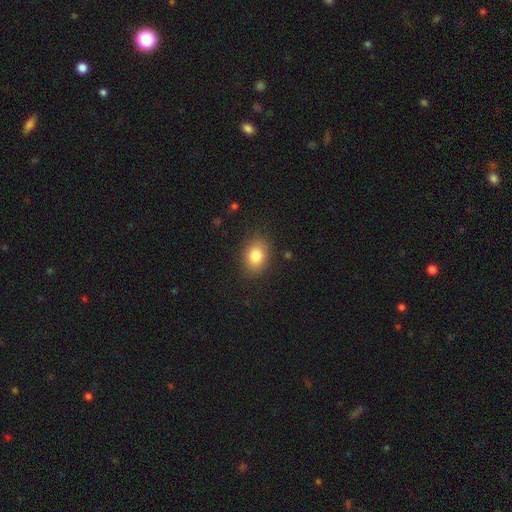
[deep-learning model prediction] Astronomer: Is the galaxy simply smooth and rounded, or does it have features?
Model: smooth — 82%.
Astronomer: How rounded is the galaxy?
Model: in between — 68%.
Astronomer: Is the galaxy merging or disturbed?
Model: none — 86%.